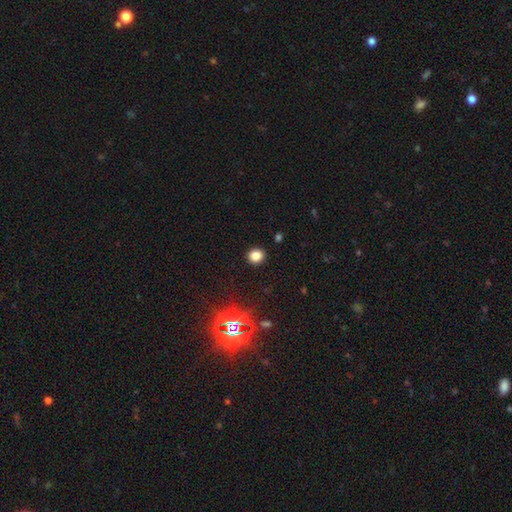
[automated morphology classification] smooth_or_featured: smooth (p=0.79) [alt: star or artifact p=0.16]
how_rounded: round (p=0.83) [alt: in between p=0.16]
merging: none (p=0.91) [alt: minor disturbance p=0.06]